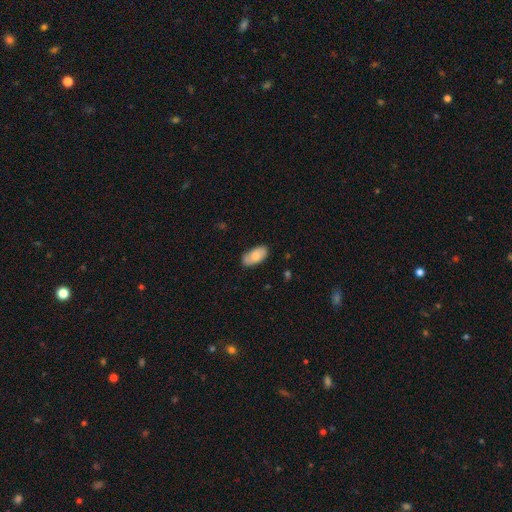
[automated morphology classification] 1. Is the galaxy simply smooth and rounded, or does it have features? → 73% smooth, 20% featured or disk, 6% star or artifact.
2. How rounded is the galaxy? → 94% in between, 3% cigar-shaped, 3% round.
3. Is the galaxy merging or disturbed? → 77% none, 19% minor disturbance, 3% major disturbance, 2% merger.